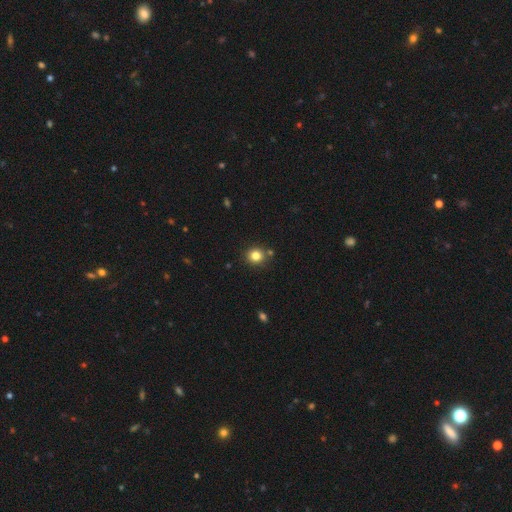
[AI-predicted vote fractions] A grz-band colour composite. It shows a smooth galaxy with no disk features (82%) that is round (86%). Merging: none (82%).